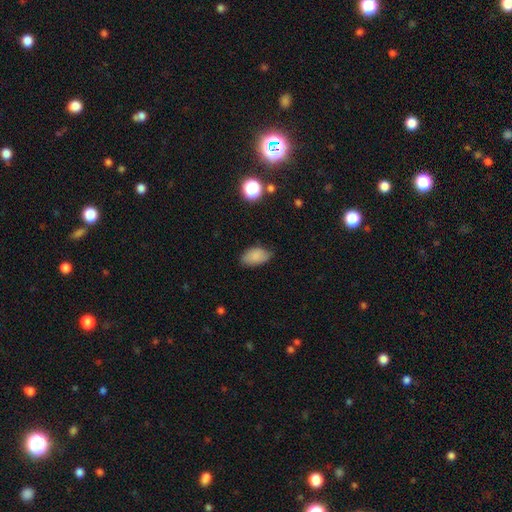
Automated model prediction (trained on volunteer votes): This appears to be a smooth galaxy with no disk features (84%) that is in between round and cigar-shaped (92%). Merging: none (71%).